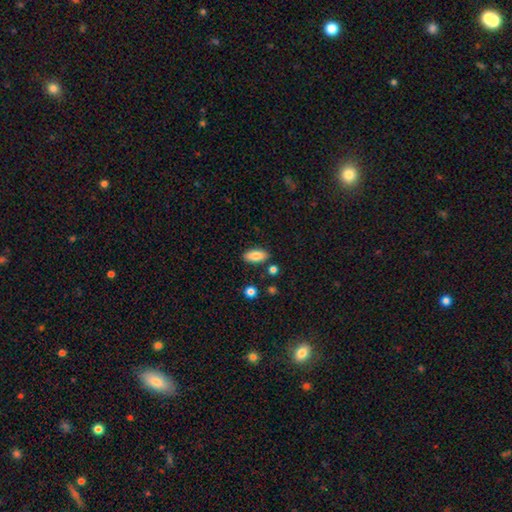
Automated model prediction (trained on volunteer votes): smooth 84%, featured or disk 9%, star or artifact 7%. Down the decision tree: how rounded — in between (88%); merging — none (85%).